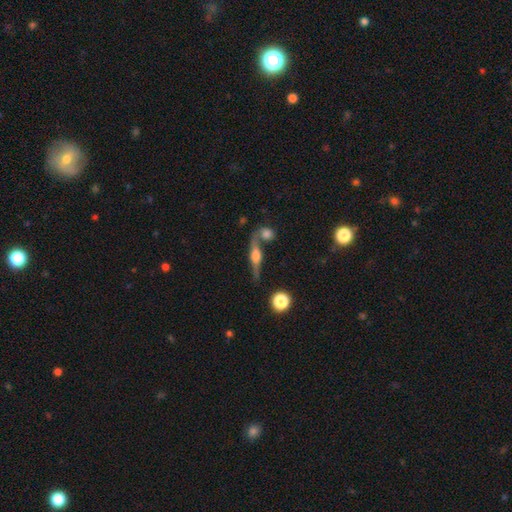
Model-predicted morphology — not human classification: This appears to be a featured or disk galaxy (74%) viewed edge-on (93%) with a rounded central bulge (89%). Merging: none (67%).